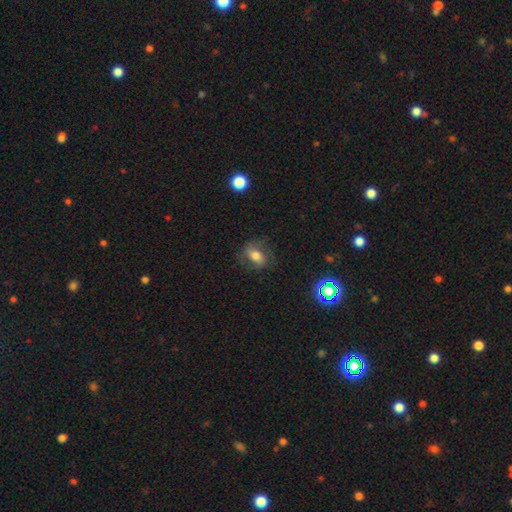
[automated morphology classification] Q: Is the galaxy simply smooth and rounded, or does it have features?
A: smooth — 60%.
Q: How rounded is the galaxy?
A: in between — 70%.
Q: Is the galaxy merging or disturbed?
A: none — 70%.